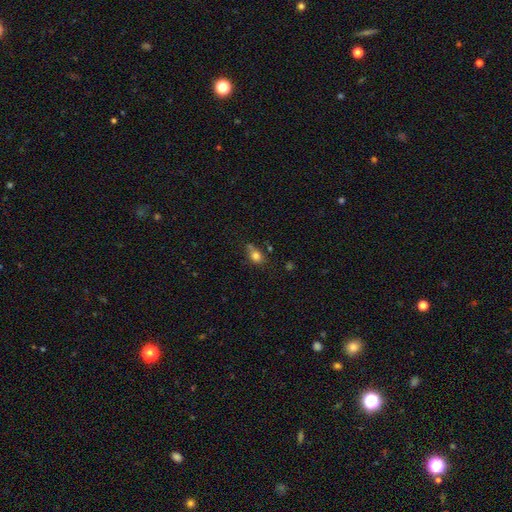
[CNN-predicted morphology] type=smooth (78%); roundness=in between (58%); merging=none (51%).